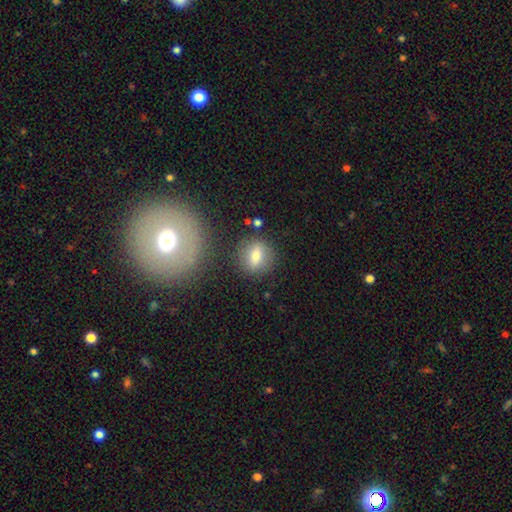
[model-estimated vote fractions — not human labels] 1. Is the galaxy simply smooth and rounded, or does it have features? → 74% smooth, 17% featured or disk, 9% star or artifact.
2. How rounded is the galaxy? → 53% round, 42% in between, 5% cigar-shaped.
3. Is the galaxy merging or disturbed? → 82% none, 10% minor disturbance, 5% merger, 3% major disturbance.